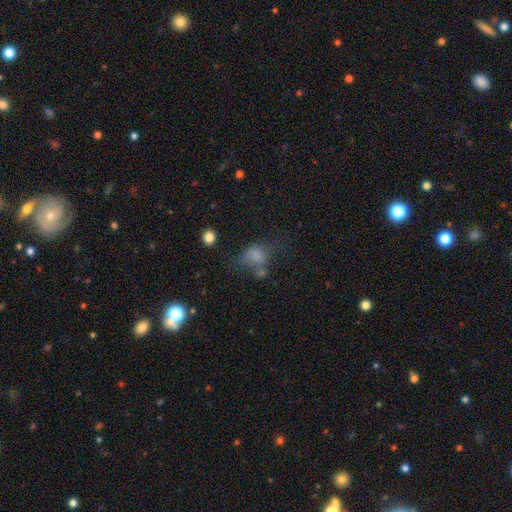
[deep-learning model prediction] This appears to be a smooth galaxy with no disk features (64%) that is in between round and cigar-shaped (66%). Merging: major disturbance (32%, tied with none).